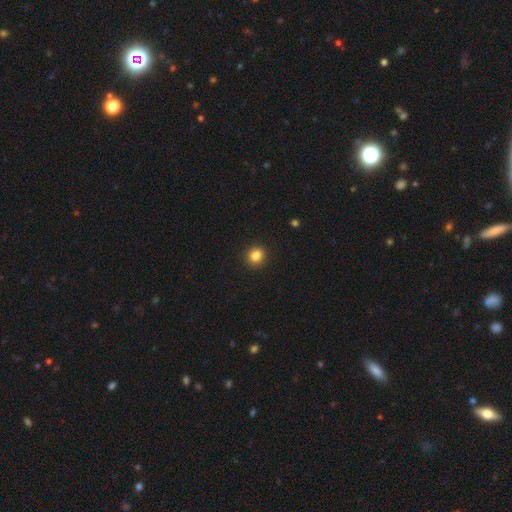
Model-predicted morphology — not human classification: Smooth or featured: smooth — 85% (star or artifact — 11%)
How rounded: round — 80% (in between — 19%)
Merging: none — 91% (minor disturbance — 6%)